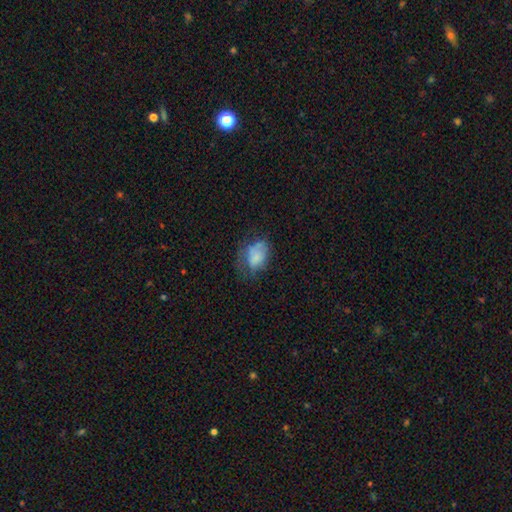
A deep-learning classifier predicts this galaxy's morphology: smooth-or-featured: smooth: 70% | featured or disk: 20% | star or artifact: 10%
  how-rounded: in between: 78% | round: 20% | cigar-shaped: 1%
  merging: none: 38% | minor disturbance: 31% | major disturbance: 29% | merger: 2%